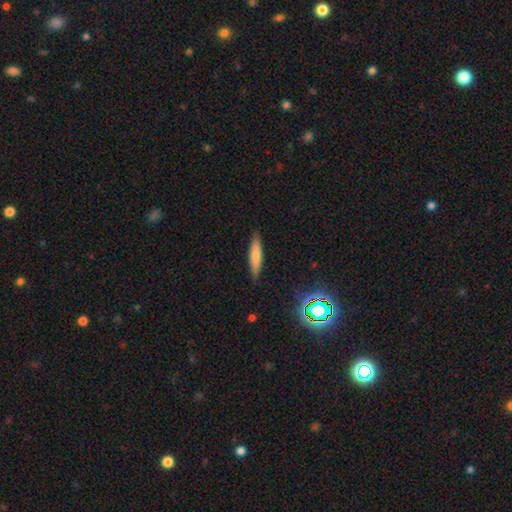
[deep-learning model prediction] This is likely a smooth galaxy (70%). How rounded: clearly cigar-shaped (83%). Merging: clearly none (87%).